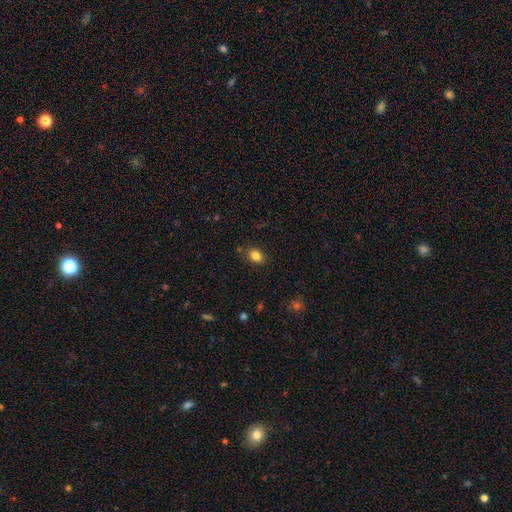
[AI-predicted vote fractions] Smooth or featured: smooth — 83% (star or artifact — 10%)
How rounded: in between — 72% (round — 27%)
Merging: none — 80% (minor disturbance — 14%)